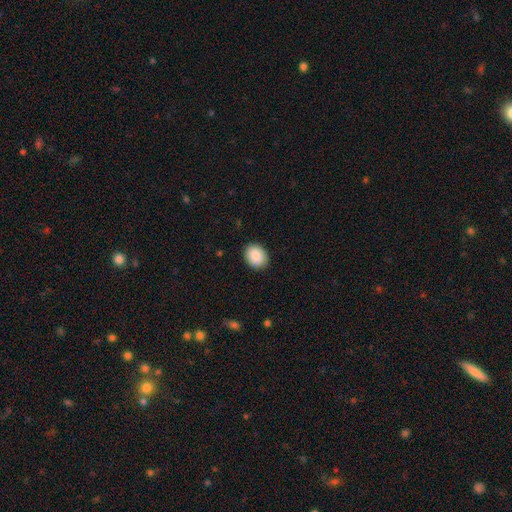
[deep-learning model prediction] Q: Smooth or featured?
A: smooth (89%); runner-up: star or artifact (7%)
Q: How rounded?
A: in between (57%); runner-up: round (42%)
Q: Merging?
A: none (89%); runner-up: minor disturbance (8%)